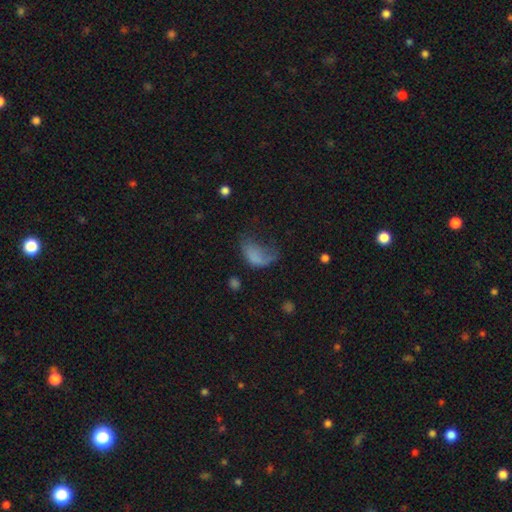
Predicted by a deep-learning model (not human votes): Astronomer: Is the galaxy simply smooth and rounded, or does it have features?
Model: smooth — 63%.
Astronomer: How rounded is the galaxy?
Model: in between — 88%.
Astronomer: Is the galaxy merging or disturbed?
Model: major disturbance — 55%.